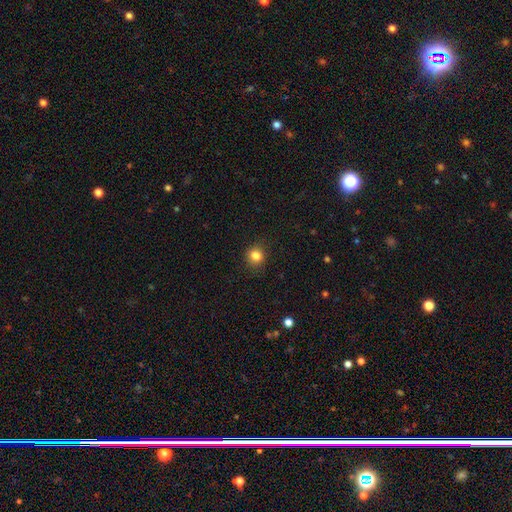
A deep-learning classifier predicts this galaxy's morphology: This appears to be a smooth galaxy with no disk features (84%) that is round (88%). Merging: none (88%).